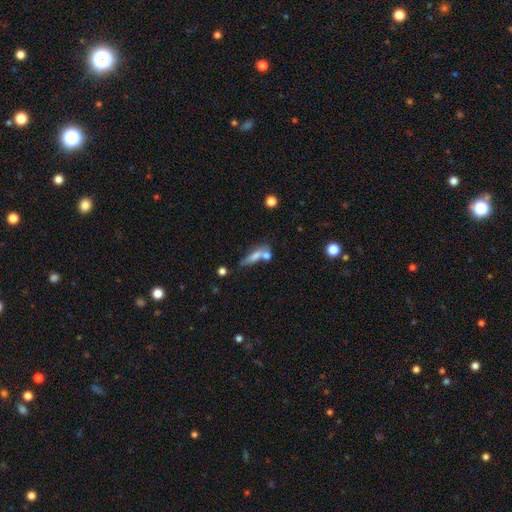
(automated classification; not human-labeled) Smooth or featured? Predicted: smooth (p=0.61). How rounded? Predicted: cigar-shaped (p=0.57). Merging? Predicted: none (p=0.39).